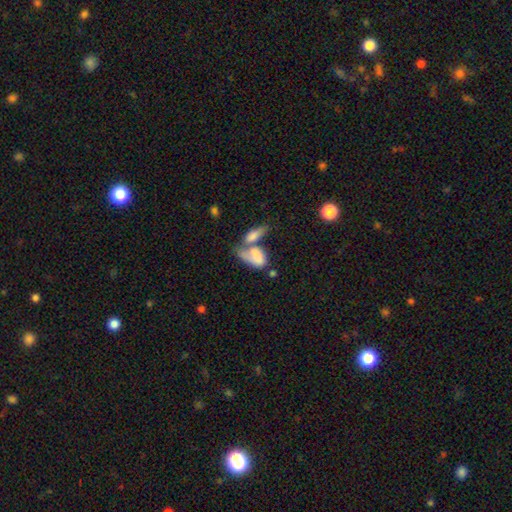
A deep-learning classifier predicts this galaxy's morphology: smooth-or-featured: smooth: 70% | featured or disk: 22% | star or artifact: 7%
  how-rounded: in between: 90% | round: 5% | cigar-shaped: 5%
  merging: merger: 65% | none: 13% | major disturbance: 13% | minor disturbance: 9%